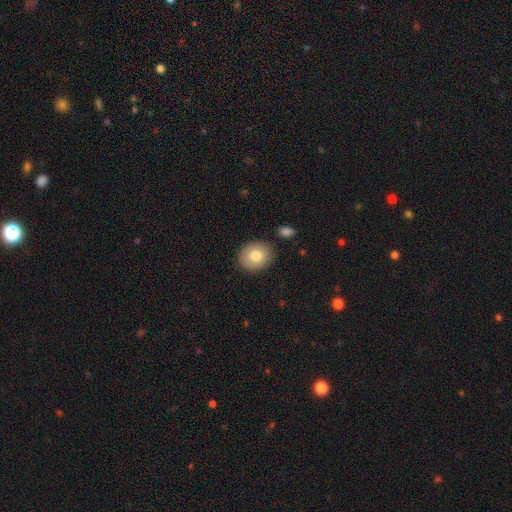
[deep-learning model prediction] smooth_or_featured: smooth (p=0.78) [alt: featured or disk p=0.14]
how_rounded: round (p=0.73) [alt: in between p=0.26]
merging: none (p=0.85) [alt: minor disturbance p=0.10]